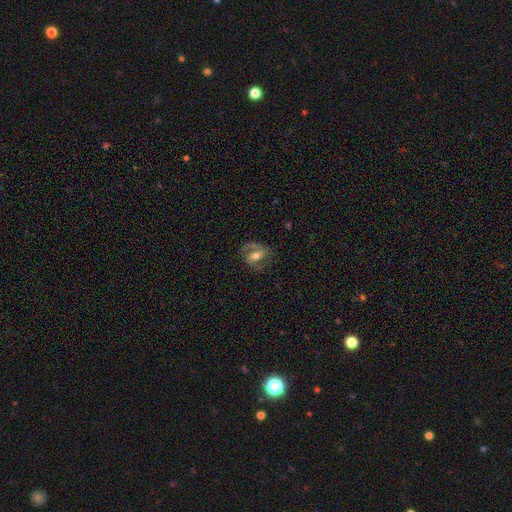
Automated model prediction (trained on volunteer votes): This is likely a featured or disk galaxy (74%). It is clearly not viewed edge-on (96%). Bar: marginally weak (44%). Spiral arm pattern: clearly yes (90%). Spiral arm count: clearly 2 (80%). Spiral winding: possibly medium (52%). Central bulge: likely moderate (63%). Merging: likely none (70%).